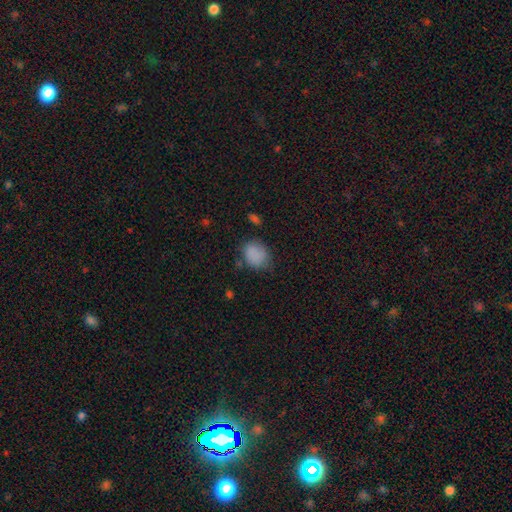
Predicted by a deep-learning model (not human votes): This is clearly a smooth galaxy (85%). How rounded: possibly round (54%). Merging: likely none (63%).